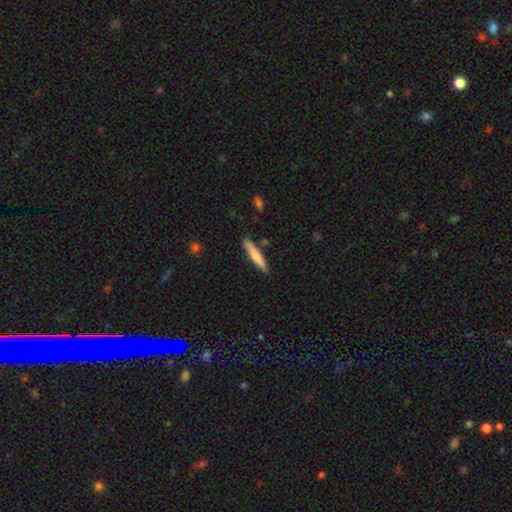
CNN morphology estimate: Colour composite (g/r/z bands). It shows a smooth galaxy with no disk features (73%) that is cigar-shaped (92%). Merging: none (86%).